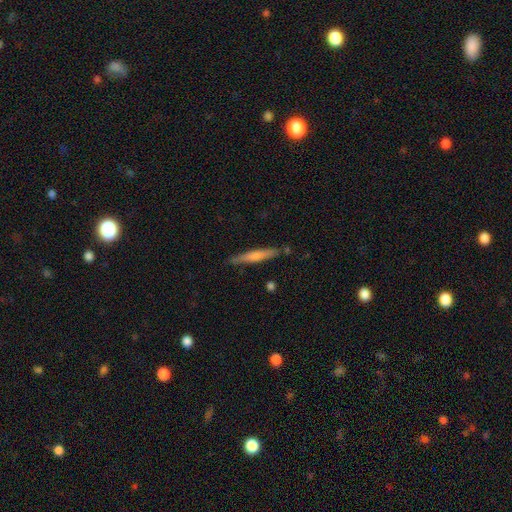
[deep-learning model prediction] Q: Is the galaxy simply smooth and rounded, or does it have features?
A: smooth — 56%.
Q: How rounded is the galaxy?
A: cigar-shaped — 94%.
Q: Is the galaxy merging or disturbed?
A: none — 84%.